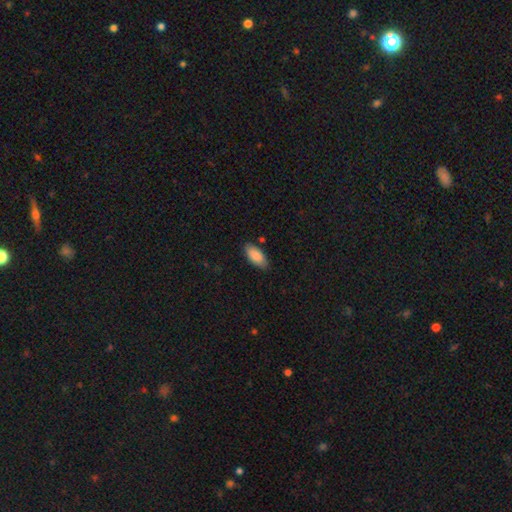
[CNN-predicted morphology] Q: Smooth or featured?
A: smooth (87%); runner-up: featured or disk (7%)
Q: How rounded?
A: in between (91%); runner-up: cigar-shaped (7%)
Q: Merging?
A: none (83%); runner-up: minor disturbance (13%)